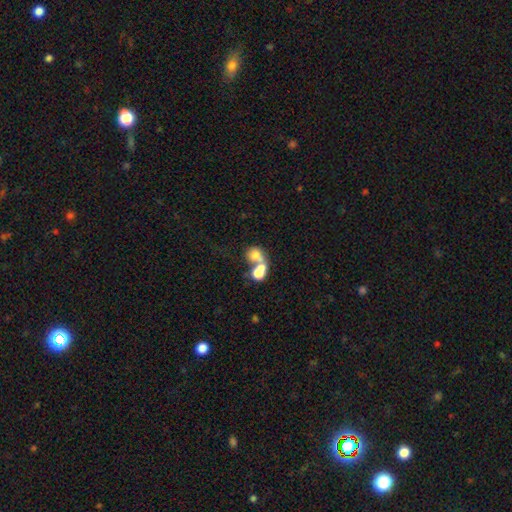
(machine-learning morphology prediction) Smooth or featured: smooth — 68% (featured or disk — 21%)
How rounded: round — 51% (in between — 47%)
Merging: merger — 67% (none — 20%)